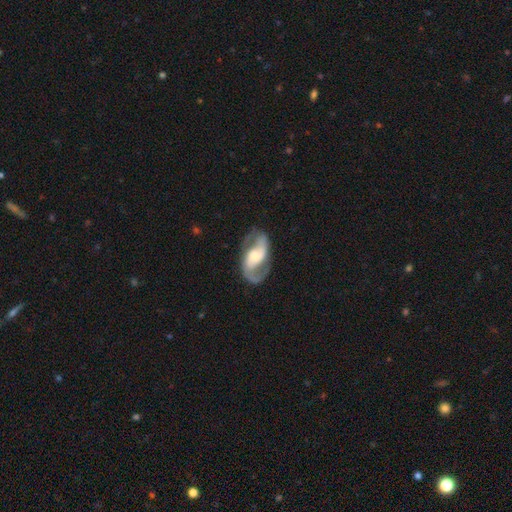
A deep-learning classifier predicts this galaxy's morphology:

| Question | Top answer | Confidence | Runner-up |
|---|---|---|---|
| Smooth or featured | featured or disk | 86% | smooth (9%) |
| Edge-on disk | no | 97% | yes (3%) |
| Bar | weak | 40% | no (38%) |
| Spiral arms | yes | 95% | no (5%) |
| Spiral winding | medium | 50% | loose (36%) |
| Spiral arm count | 2 | 92% | can't tell (3%) |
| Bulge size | moderate | 43% | small (33%) |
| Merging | none | 77% | minor disturbance (14%) |